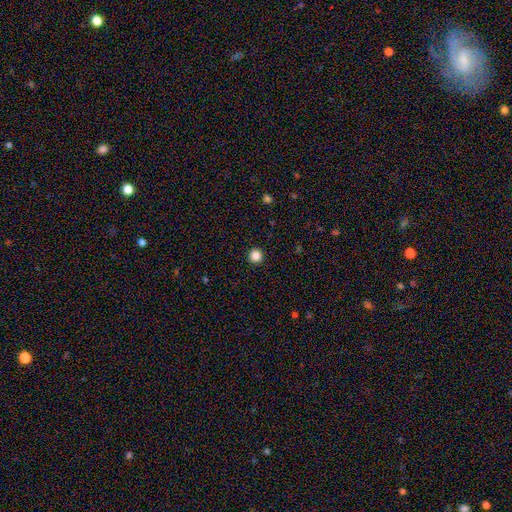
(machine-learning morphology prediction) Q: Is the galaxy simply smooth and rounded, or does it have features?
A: smooth — 86%.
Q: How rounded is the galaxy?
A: round — 96%.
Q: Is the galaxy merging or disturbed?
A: none — 94%.